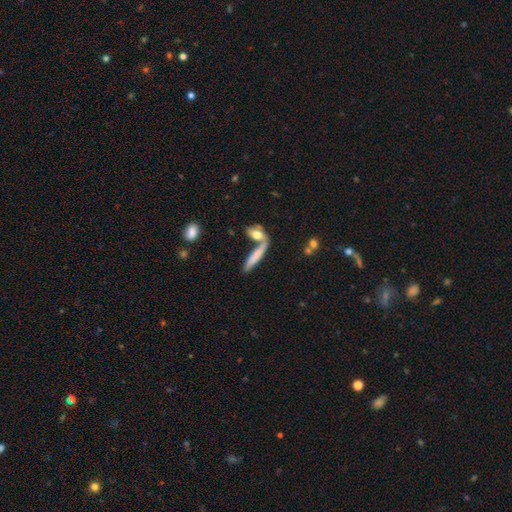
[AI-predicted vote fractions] smooth-or-featured: smooth: 69% | featured or disk: 23% | star or artifact: 7%
  how-rounded: cigar-shaped: 75% | in between: 22% | round: 3%
  merging: none: 46% | merger: 36% | minor disturbance: 12% | major disturbance: 6%